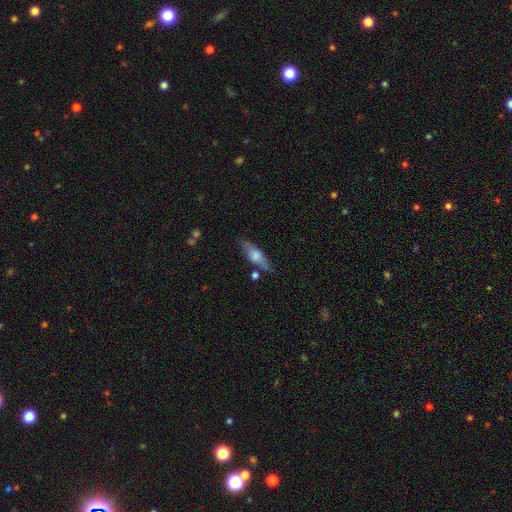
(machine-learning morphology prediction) Overall: smooth (53%; featured or disk 40%). How rounded: cigar-shaped (49%; in between 48%). Merging: none (73%).